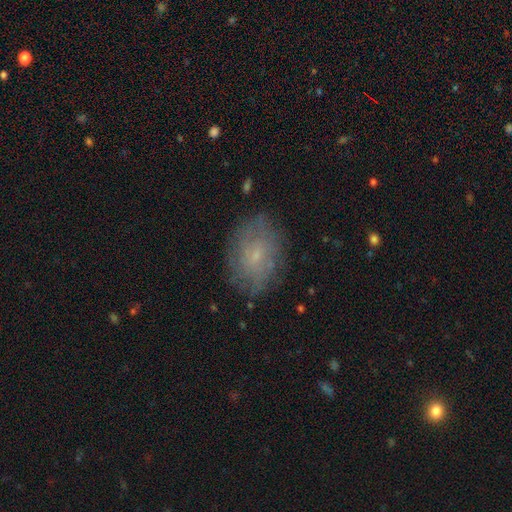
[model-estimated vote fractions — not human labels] The model was most divided on "smooth or featured": smooth: 46%, featured or disk: 42%, star or artifact: 11%. More confident: merging — none (77%).